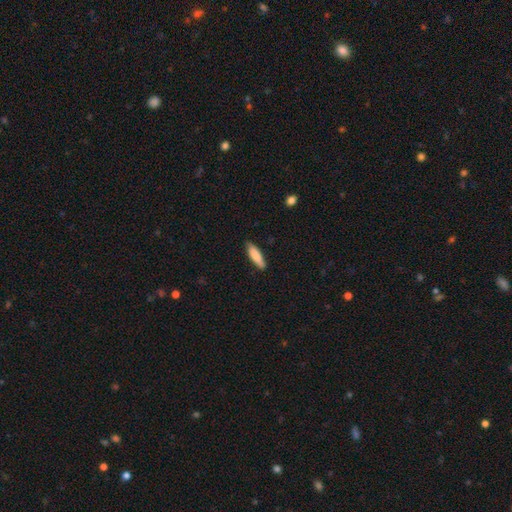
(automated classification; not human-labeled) Q: Smooth or featured?
A: smooth (85%); runner-up: featured or disk (10%)
Q: How rounded?
A: cigar-shaped (63%); runner-up: in between (36%)
Q: Merging?
A: none (83%); runner-up: minor disturbance (14%)